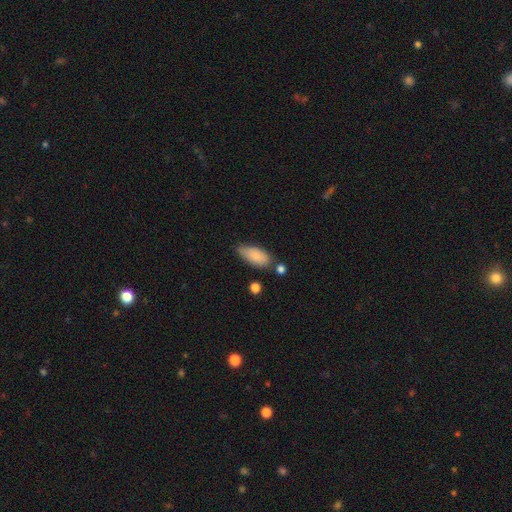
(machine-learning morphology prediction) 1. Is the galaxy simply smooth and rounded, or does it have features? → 83% smooth, 11% featured or disk, 6% star or artifact.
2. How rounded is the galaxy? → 87% in between, 11% cigar-shaped, 2% round.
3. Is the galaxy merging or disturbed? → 63% none, 26% minor disturbance, 7% merger, 5% major disturbance.